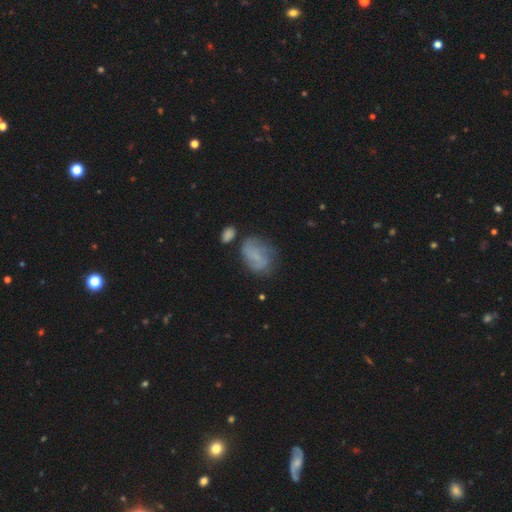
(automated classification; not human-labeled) This is possibly a smooth galaxy (47%). Merging: possibly none (48%).